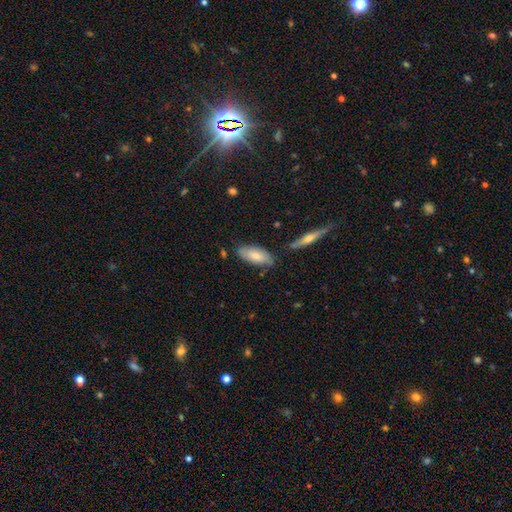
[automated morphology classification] smooth_or_featured: smooth (p=0.74) [alt: featured or disk p=0.20]
how_rounded: in between (p=0.85) [alt: cigar-shaped p=0.14]
merging: none (p=0.72) [alt: minor disturbance p=0.19]